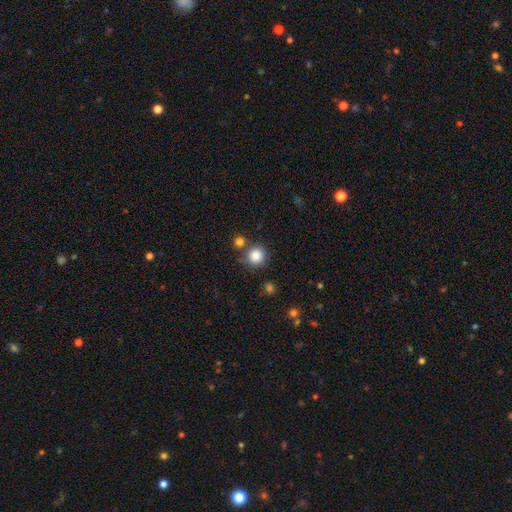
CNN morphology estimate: type=smooth (85%); roundness=round (92%); merging=none (75%).